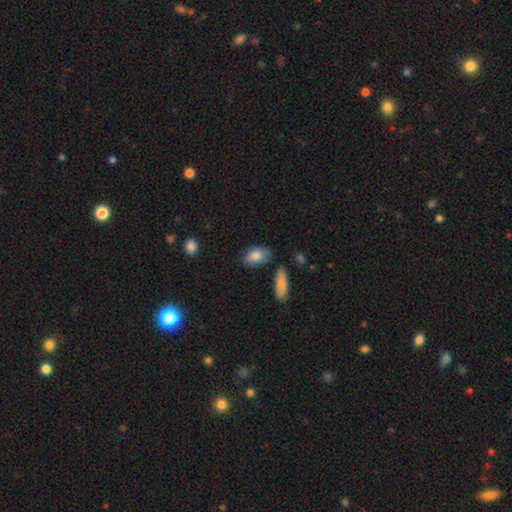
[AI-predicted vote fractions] A smooth galaxy with no disk features (83%) that is in between round and cigar-shaped (86%).

Vote fractions:
- Smooth or featured? smooth: 83% / featured or disk: 10% / star or artifact: 7%
- How rounded? in between: 86% / round: 11% / cigar-shaped: 3%
- Merging? none: 74% / minor disturbance: 17% / merger: 5% / major disturbance: 4%